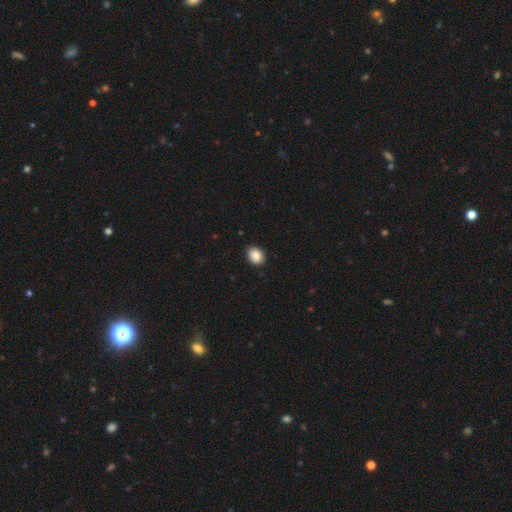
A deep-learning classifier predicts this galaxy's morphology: type=smooth (89%); roundness=in between (56%); merging=none (89%).